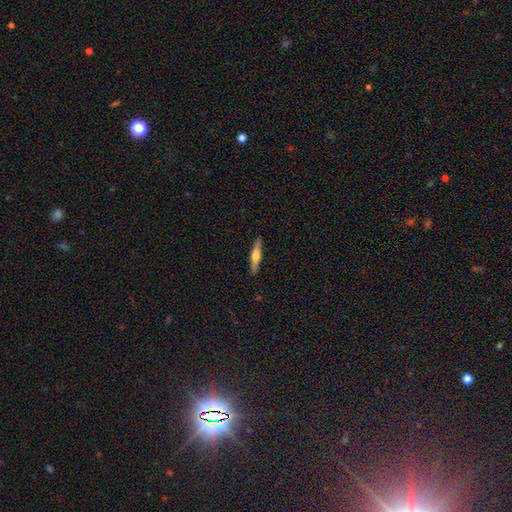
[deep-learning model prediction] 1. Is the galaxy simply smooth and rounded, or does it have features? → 52% featured or disk, 43% smooth, 6% star or artifact.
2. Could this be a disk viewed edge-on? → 95% yes, 5% no.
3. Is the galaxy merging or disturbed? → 90% none, 8% minor disturbance, 2% major disturbance, 1% merger.